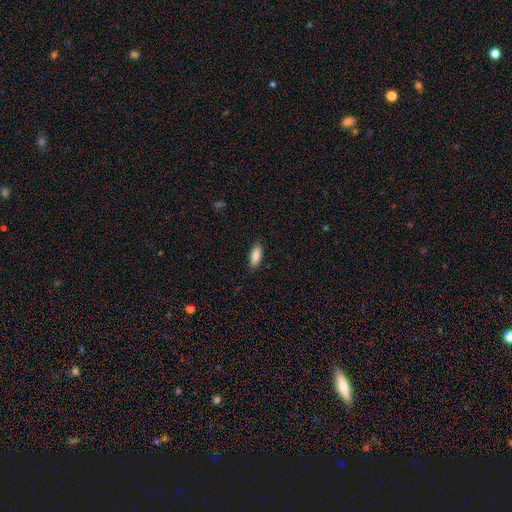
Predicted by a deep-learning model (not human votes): Smooth or featured?
  - smooth: 87% *
  - featured or disk: 6%
  - star or artifact: 6%
How rounded?
  - in between: 76% *
  - cigar-shaped: 22%
  - round: 2%
Merging?
  - none: 87% *
  - minor disturbance: 10%
  - major disturbance: 2%
  - merger: 1%